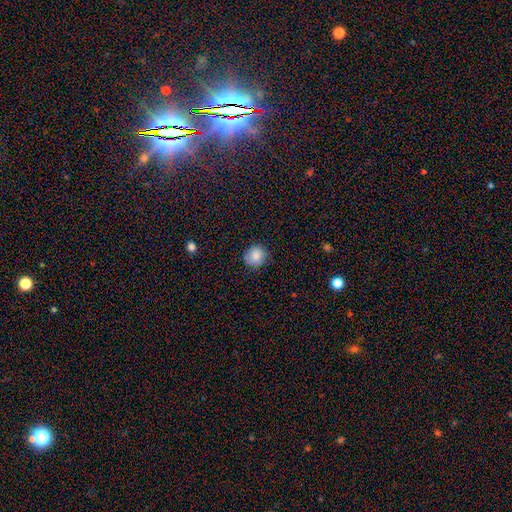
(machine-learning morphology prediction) This is clearly a smooth galaxy (82%). How rounded: clearly round (85%). Merging: clearly none (81%).